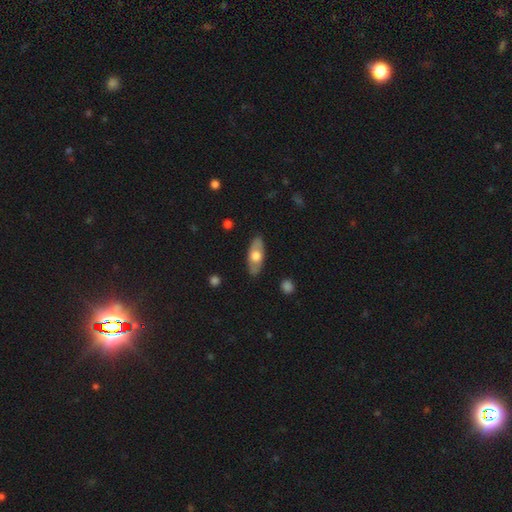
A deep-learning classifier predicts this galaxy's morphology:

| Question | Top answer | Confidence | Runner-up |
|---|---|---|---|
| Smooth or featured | smooth | 55% | featured or disk (40%) |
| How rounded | in between | 82% | cigar-shaped (14%) |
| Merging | none | 85% | minor disturbance (12%) |